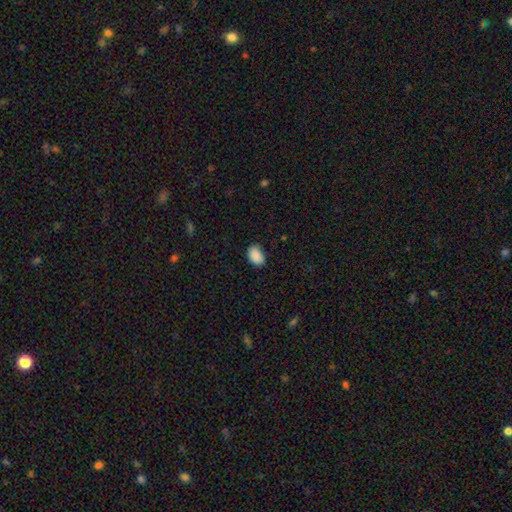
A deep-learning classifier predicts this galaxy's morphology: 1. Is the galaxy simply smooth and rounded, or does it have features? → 90% smooth, 7% star or artifact, 3% featured or disk.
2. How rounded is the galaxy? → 85% in between, 14% round, 1% cigar-shaped.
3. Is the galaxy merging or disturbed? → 80% none, 16% minor disturbance, 3% major disturbance, 1% merger.